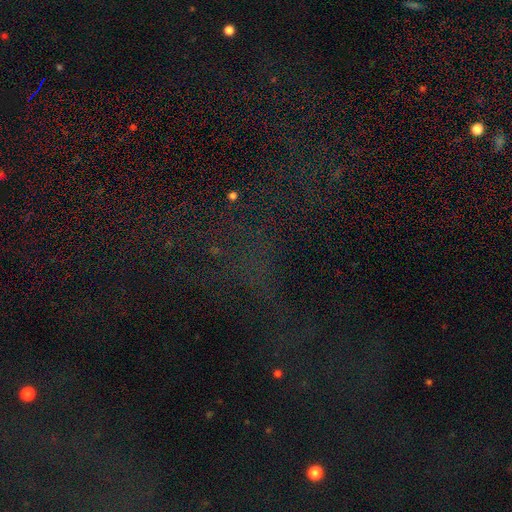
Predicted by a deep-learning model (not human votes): This appears to be a star or artifact, not a galaxy (70%).